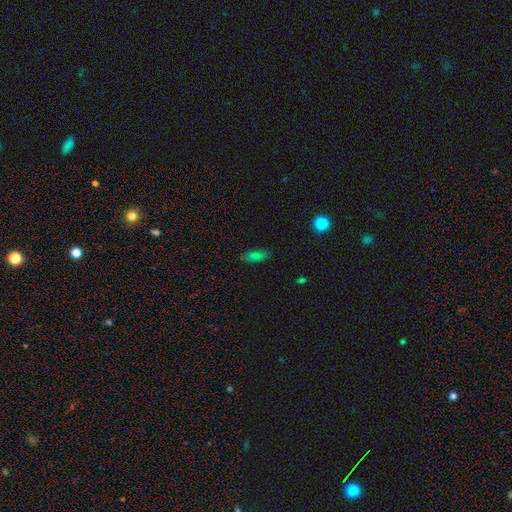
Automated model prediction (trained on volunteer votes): Overall: smooth (76%). How rounded: in between (75%). Merging: none (80%).